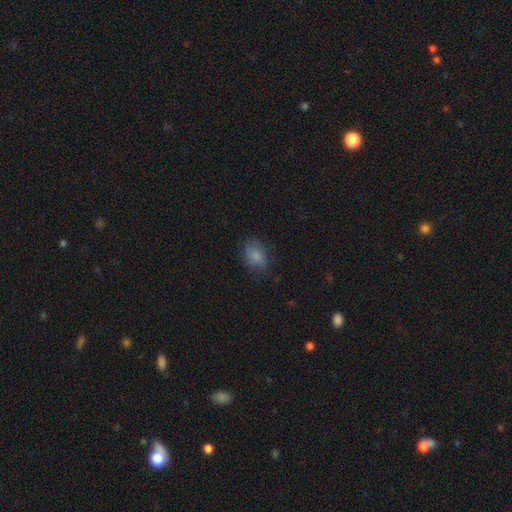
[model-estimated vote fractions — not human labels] smooth 80%, featured or disk 10%, star or artifact 9%. Down the decision tree: how rounded — in between (64%); merging — none (72%).